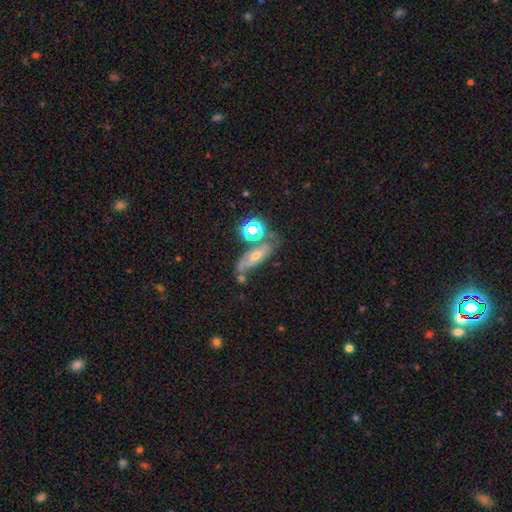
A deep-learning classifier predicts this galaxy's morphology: smooth-or-featured: featured or disk: 45% | smooth: 36% | star or artifact: 20%
  merging: none: 52% | minor disturbance: 20% | merger: 17% | major disturbance: 11%